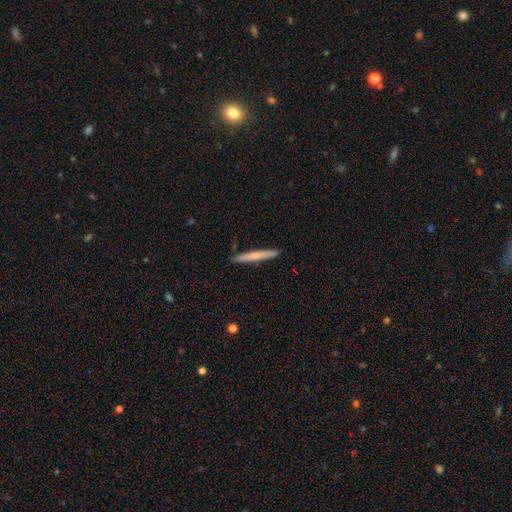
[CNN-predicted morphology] The model was most divided on "smooth or featured": smooth: 66%, featured or disk: 29%, star or artifact: 5%. More confident: how rounded — cigar-shaped (96%); merging — none (90%).